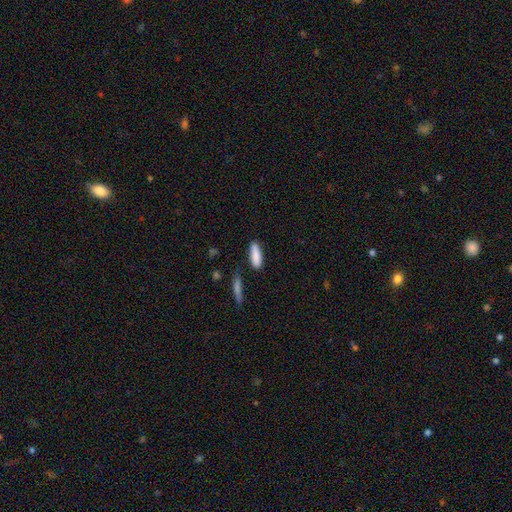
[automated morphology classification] The model was most divided on "how rounded": in between: 53%, cigar-shaped: 46%, round: 2%. More confident: smooth or featured — smooth (87%); merging — none (80%).